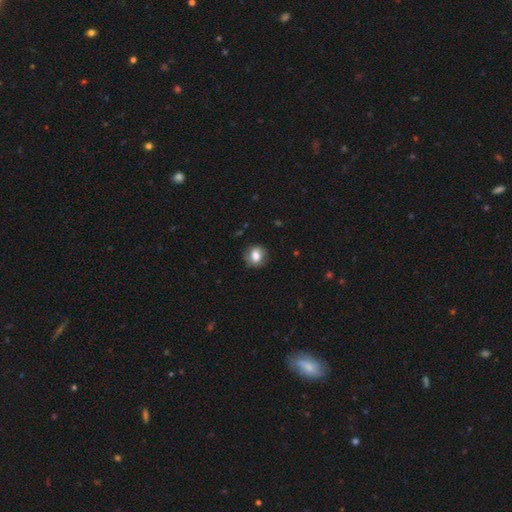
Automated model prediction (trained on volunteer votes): The model was most divided on "how rounded": round: 71%, in between: 28%, cigar-shaped: 1%. More confident: merging — none (81%); smooth or featured — smooth (78%).